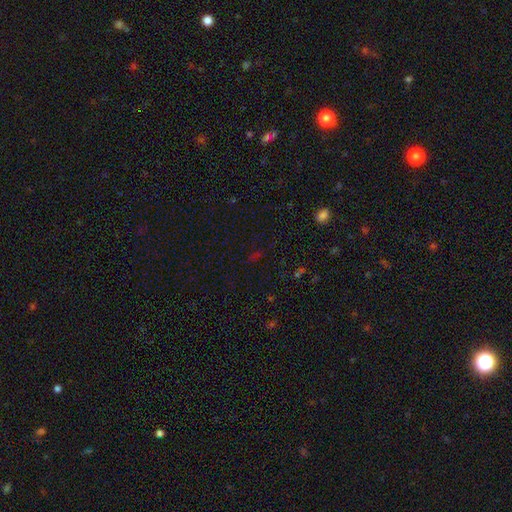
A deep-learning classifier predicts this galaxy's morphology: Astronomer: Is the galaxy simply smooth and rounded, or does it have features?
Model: star or artifact — 66%.